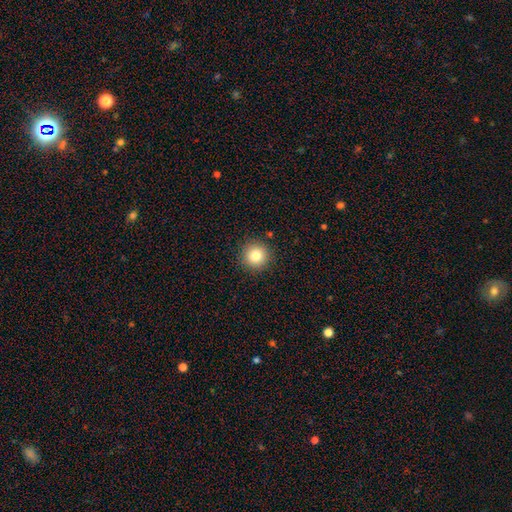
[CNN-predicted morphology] type=smooth (82%); roundness=round (95%); merging=none (91%).